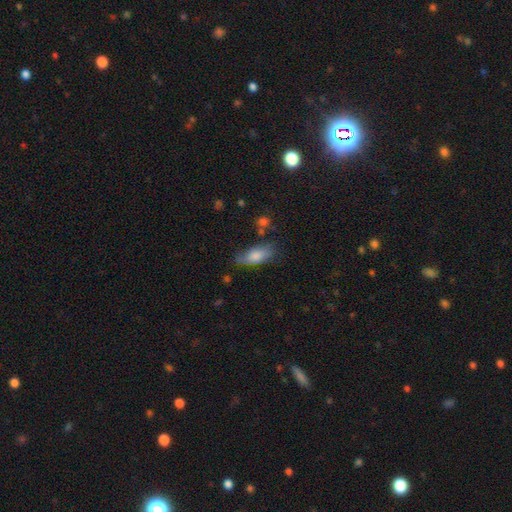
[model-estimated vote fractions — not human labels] This is likely a smooth galaxy (71%). How rounded: likely in between (73%). Merging: likely none (66%).